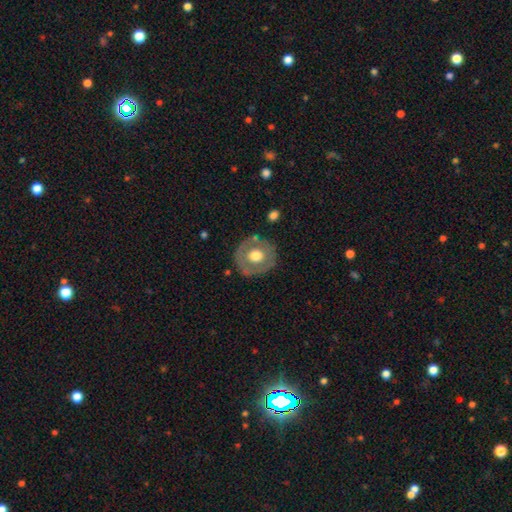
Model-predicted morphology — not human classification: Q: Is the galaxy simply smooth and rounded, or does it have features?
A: smooth — 51%.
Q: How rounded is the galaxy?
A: round — 89%.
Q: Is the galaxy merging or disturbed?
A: none — 81%.